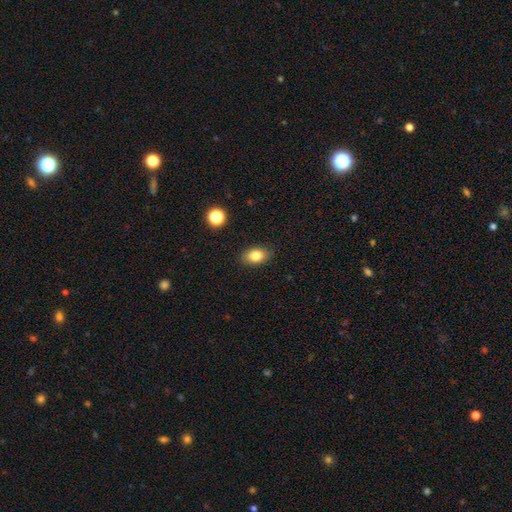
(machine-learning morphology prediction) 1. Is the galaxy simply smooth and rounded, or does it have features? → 83% smooth, 9% star or artifact, 8% featured or disk.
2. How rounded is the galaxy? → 83% in between, 15% round, 1% cigar-shaped.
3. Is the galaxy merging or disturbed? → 87% none, 9% minor disturbance, 2% major disturbance, 1% merger.